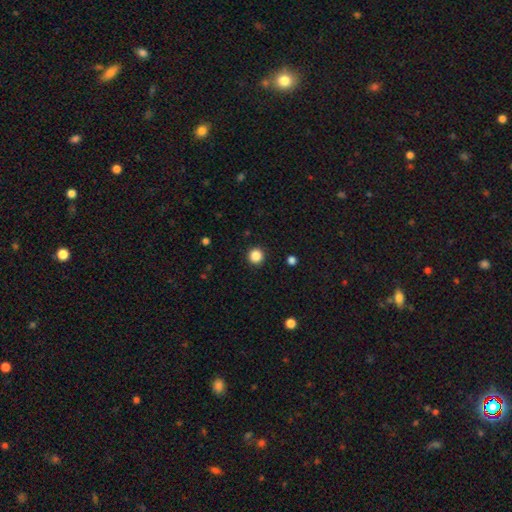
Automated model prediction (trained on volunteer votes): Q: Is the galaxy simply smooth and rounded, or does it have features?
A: smooth — 86%.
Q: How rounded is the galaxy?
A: round — 96%.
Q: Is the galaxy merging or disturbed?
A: none — 93%.